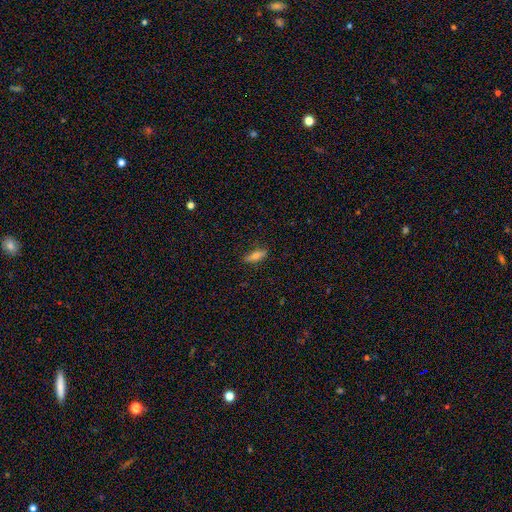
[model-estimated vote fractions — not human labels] A smooth galaxy with no disk features (66%) that is in between round and cigar-shaped (49%).

Vote fractions:
- Smooth or featured? smooth: 66% / featured or disk: 26% / star or artifact: 8%
- How rounded? in between: 49% / cigar-shaped: 48% / round: 3%
- Merging? none: 84% / minor disturbance: 12% / major disturbance: 2% / merger: 1%